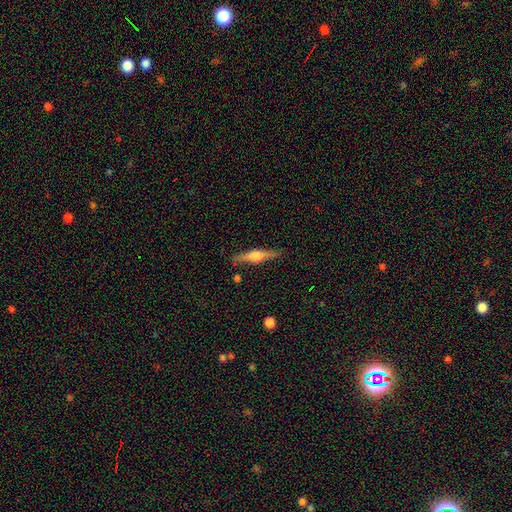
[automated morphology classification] type=featured or disk (73%); edge-on=yes (98%); edge-on bulge=rounded (91%); merging=none (88%).